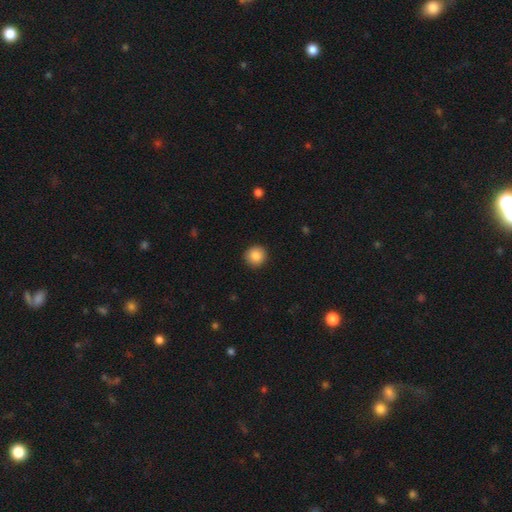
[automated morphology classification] type=smooth (87%); roundness=round (93%); merging=none (92%).